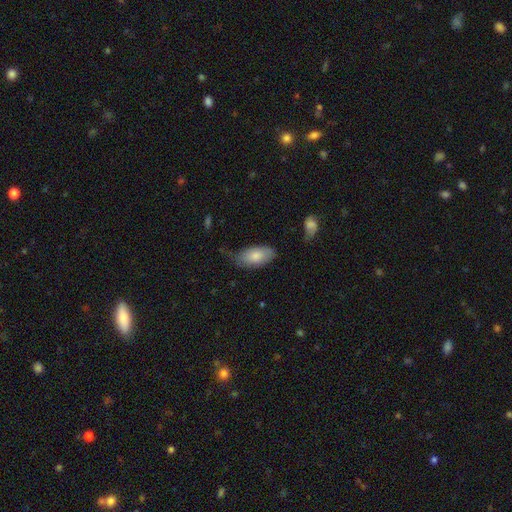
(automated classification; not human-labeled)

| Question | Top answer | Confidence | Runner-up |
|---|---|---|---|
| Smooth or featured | smooth | 81% | featured or disk (13%) |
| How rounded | in between | 92% | cigar-shaped (5%) |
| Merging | none | 65% | minor disturbance (27%) |